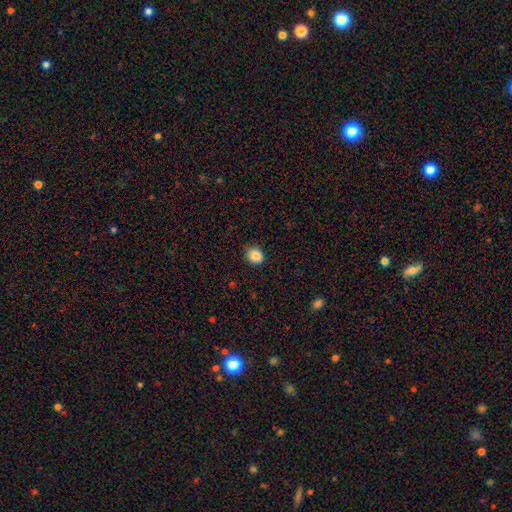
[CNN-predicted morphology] Smooth or featured? smooth (84%)
How rounded? round (82%)
Merging? none (87%)